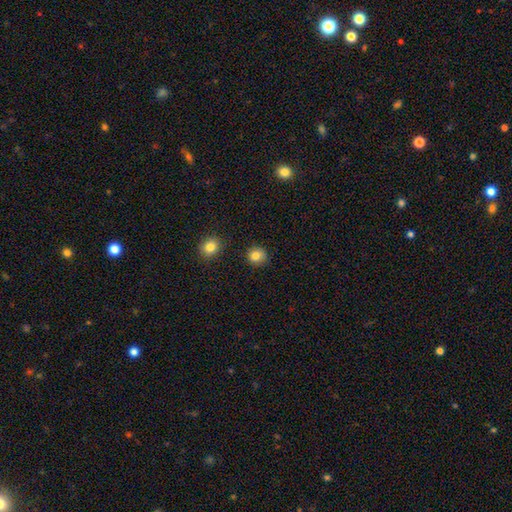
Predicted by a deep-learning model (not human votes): smooth-or-featured: smooth: 84% | star or artifact: 10% | featured or disk: 5%
  how-rounded: round: 89% | in between: 10% | cigar-shaped: 1%
  merging: none: 89% | minor disturbance: 7% | major disturbance: 2% | merger: 2%